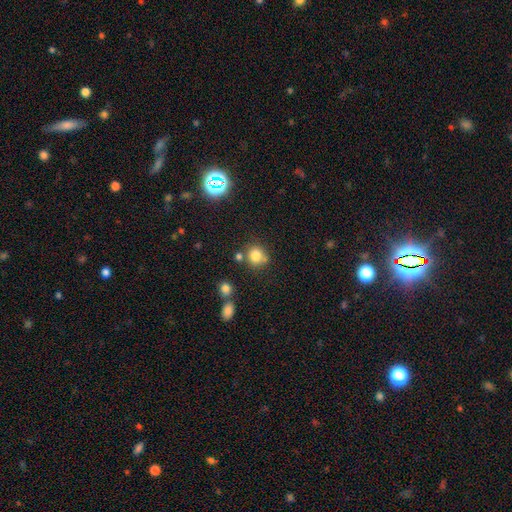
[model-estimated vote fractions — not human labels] Overall: smooth (79%). How rounded: round (87%). Merging: none (67%).